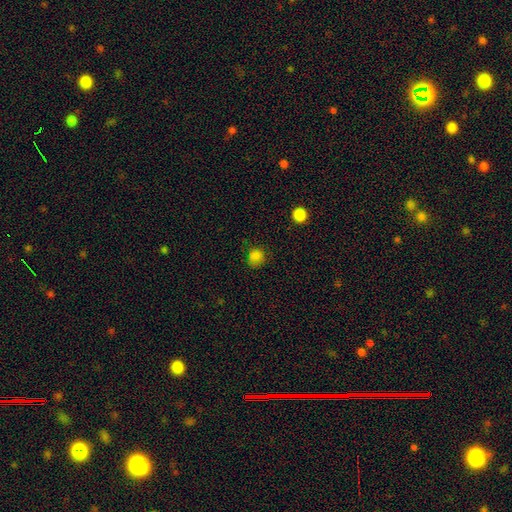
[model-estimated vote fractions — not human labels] Q: Smooth or featured?
A: smooth (81%); runner-up: star or artifact (15%)
Q: How rounded?
A: round (83%); runner-up: in between (16%)
Q: Merging?
A: none (75%); runner-up: minor disturbance (19%)